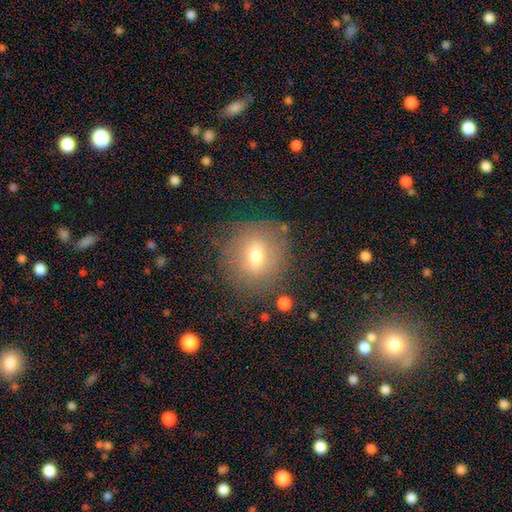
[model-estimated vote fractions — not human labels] Smooth or featured? smooth (63%)
How rounded? round (82%)
Merging? none (79%)